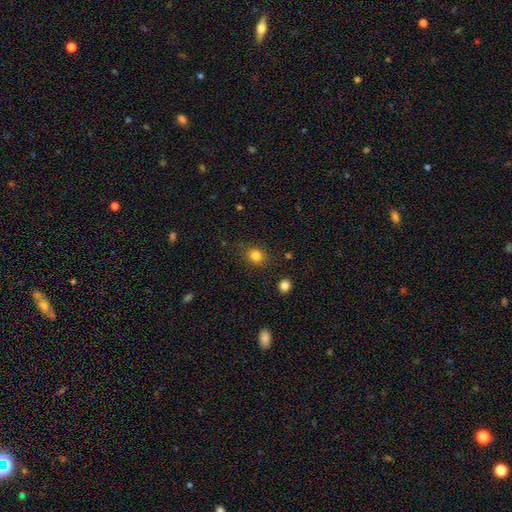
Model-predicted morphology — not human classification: Q: Smooth or featured?
A: smooth (83%); runner-up: star or artifact (12%)
Q: How rounded?
A: round (77%); runner-up: in between (22%)
Q: Merging?
A: none (85%); runner-up: minor disturbance (10%)